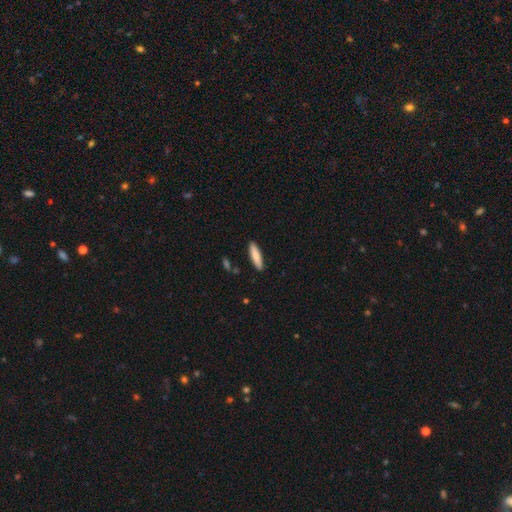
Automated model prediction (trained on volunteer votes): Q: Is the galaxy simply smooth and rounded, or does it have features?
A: smooth — 82%.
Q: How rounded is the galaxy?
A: cigar-shaped — 73%.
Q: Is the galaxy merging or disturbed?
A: none — 89%.